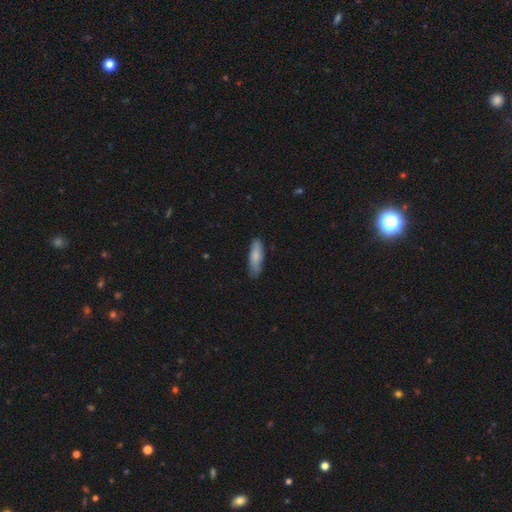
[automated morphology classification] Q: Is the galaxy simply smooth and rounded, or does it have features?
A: smooth — 76%.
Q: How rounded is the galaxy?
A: cigar-shaped — 52%.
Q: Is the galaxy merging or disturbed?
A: none — 79%.